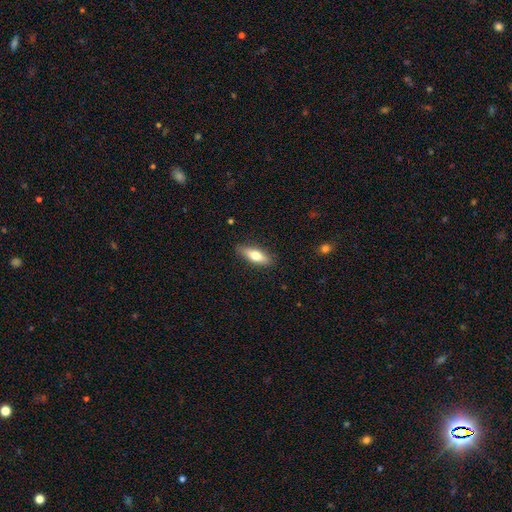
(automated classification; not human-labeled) smooth 67%, featured or disk 27%, star or artifact 6%. Down the decision tree: how rounded — in between (54%); merging — none (87%).